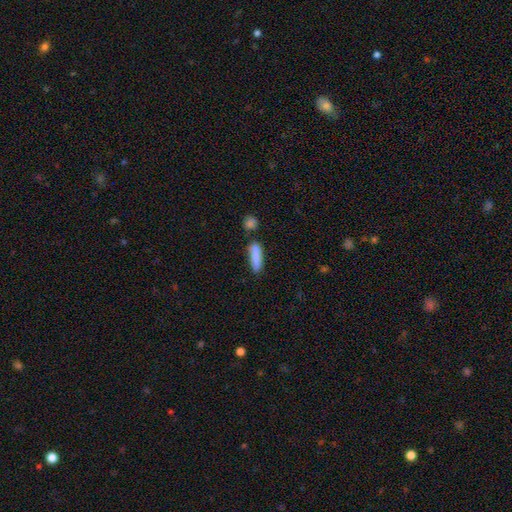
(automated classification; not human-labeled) Smooth or featured: smooth — 85% (featured or disk — 8%)
How rounded: cigar-shaped — 75% (in between — 23%)
Merging: none — 70% (minor disturbance — 16%)